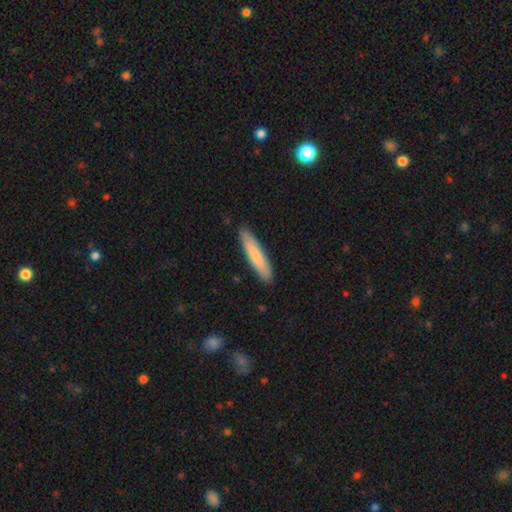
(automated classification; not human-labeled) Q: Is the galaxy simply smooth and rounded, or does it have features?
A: smooth — 77%.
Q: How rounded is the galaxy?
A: cigar-shaped — 88%.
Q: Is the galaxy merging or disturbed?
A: none — 90%.